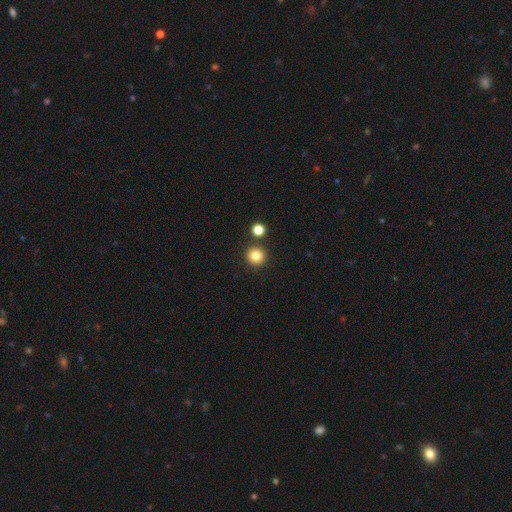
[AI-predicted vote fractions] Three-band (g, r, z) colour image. It shows a smooth galaxy with no disk features (83%) that is round (95%). Merging: none (88%).